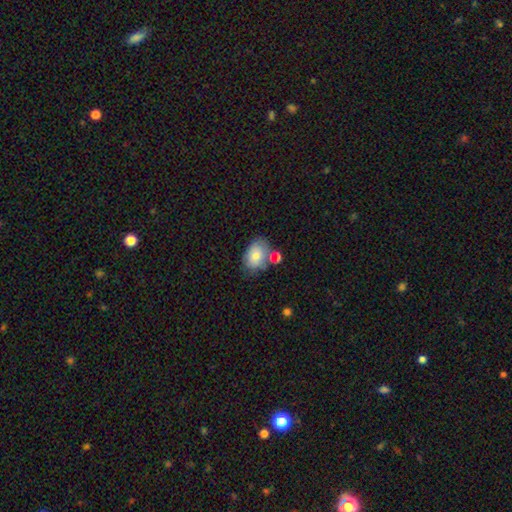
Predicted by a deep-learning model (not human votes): Overall: smooth (78%). How rounded: in between (78%). Merging: none (53%; minor disturbance 20%).